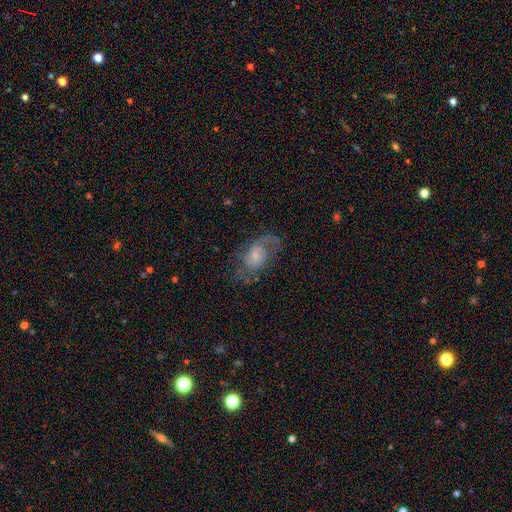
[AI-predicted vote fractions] smooth_or_featured: featured or disk (p=0.71) [alt: smooth p=0.21]
disk_edge_on: no (p=0.96) [alt: yes p=0.04]
bar: no (p=0.54) [alt: weak p=0.40]
has_spiral_arms: yes (p=0.88) [alt: no p=0.12]
spiral_winding: medium (p=0.47) [alt: loose p=0.34]
spiral_arm_count: 2 (p=0.67) [alt: 1 p=0.15]
bulge_size: small (p=0.43) [alt: moderate p=0.37]
merging: none (p=0.57) [alt: minor disturbance p=0.21]